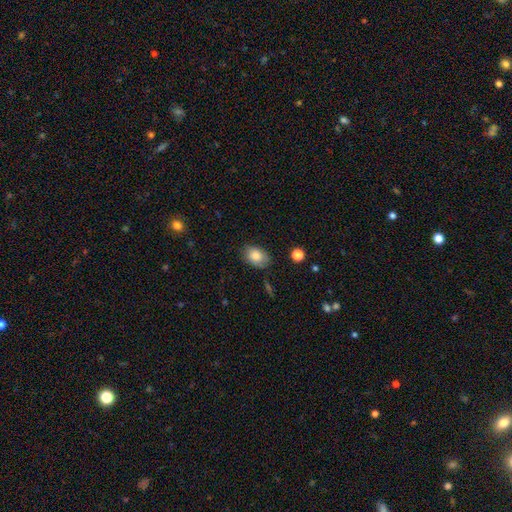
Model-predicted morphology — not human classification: Smooth or featured? Predicted: smooth (p=0.80). How rounded? Predicted: in between (p=0.80). Merging? Predicted: none (p=0.76).